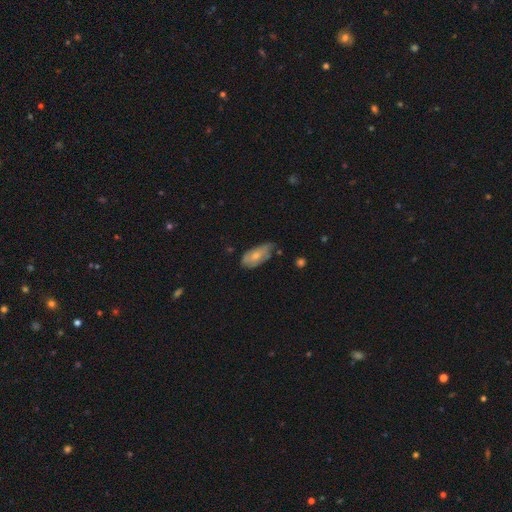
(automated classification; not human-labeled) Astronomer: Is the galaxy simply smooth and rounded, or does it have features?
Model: smooth — 58% (runner-up: featured or disk, 36%).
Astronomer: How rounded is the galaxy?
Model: in between — 90%.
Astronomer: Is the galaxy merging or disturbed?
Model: none — 45% (runner-up: minor disturbance, 42%).